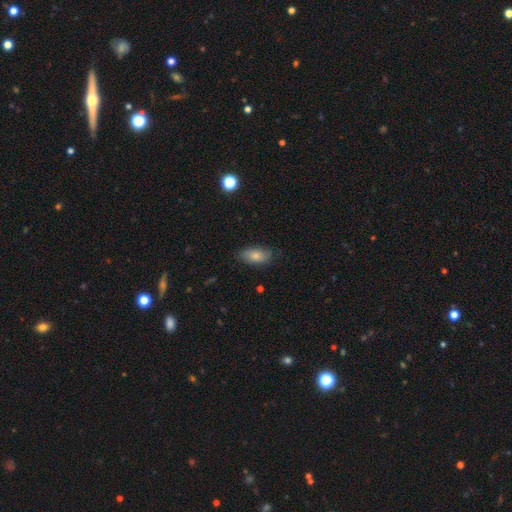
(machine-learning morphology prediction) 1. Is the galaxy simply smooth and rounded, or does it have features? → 78% smooth, 15% featured or disk, 7% star or artifact.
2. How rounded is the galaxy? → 91% in between, 5% cigar-shaped, 4% round.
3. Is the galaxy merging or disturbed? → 78% none, 18% minor disturbance, 3% major disturbance, 1% merger.